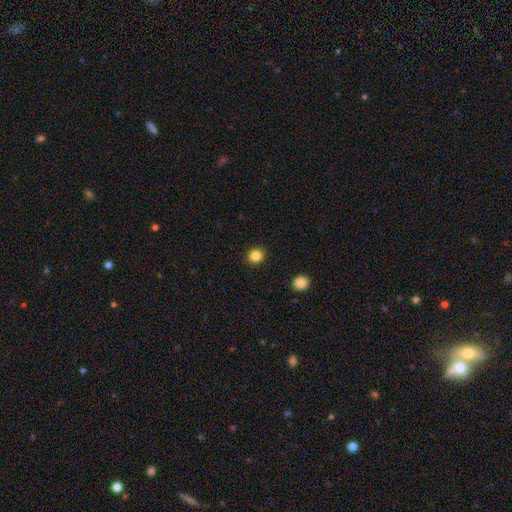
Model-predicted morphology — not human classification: smooth 85%, star or artifact 11%, featured or disk 5%. Down the decision tree: how rounded — round (83%); merging — none (92%).